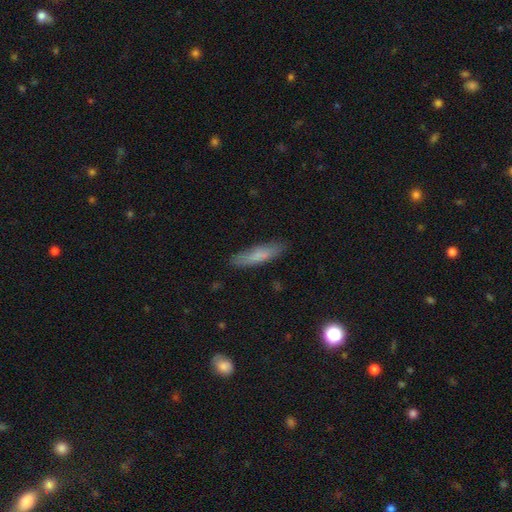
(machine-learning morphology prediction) Smooth or featured: smooth — 73% (featured or disk — 19%)
How rounded: cigar-shaped — 81% (in between — 18%)
Merging: none — 85% (minor disturbance — 12%)